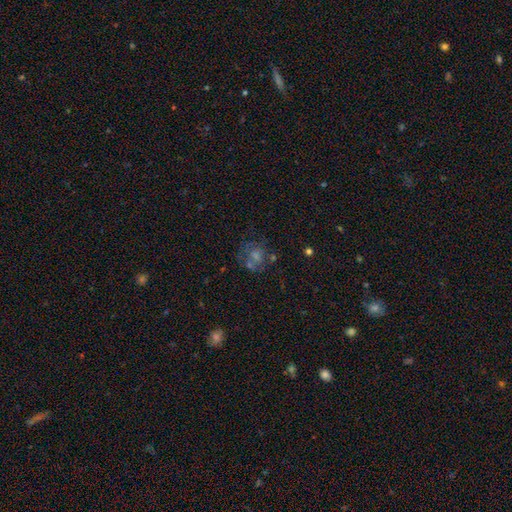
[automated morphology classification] featured or disk 42%, smooth 41%, star or artifact 17%. Down the decision tree: merging — none (47%).